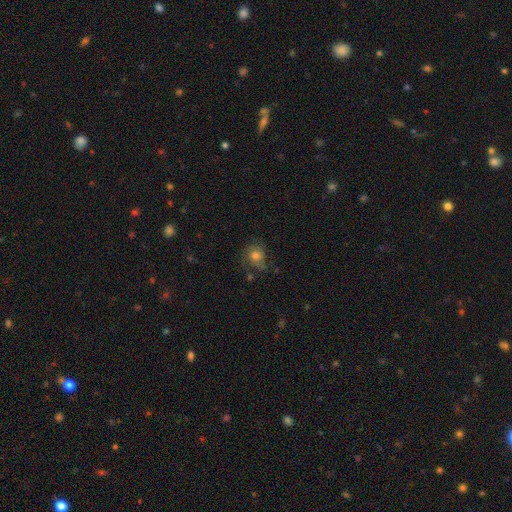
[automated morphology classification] A smooth galaxy with no disk features (55%) that is round (72%).

Vote fractions:
- Smooth or featured? smooth: 55% / featured or disk: 32% / star or artifact: 13%
- How rounded? round: 72% / in between: 27% / cigar-shaped: 1%
- Merging? none: 60% / minor disturbance: 24% / major disturbance: 14% / merger: 3%